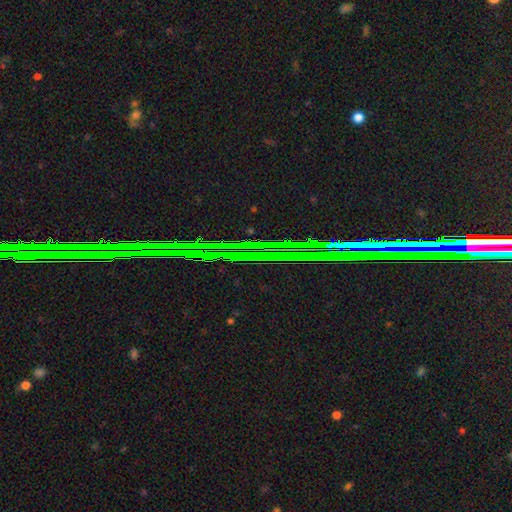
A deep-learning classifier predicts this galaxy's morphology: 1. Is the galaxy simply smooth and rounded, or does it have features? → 85% star or artifact, 8% featured or disk, 7% smooth.